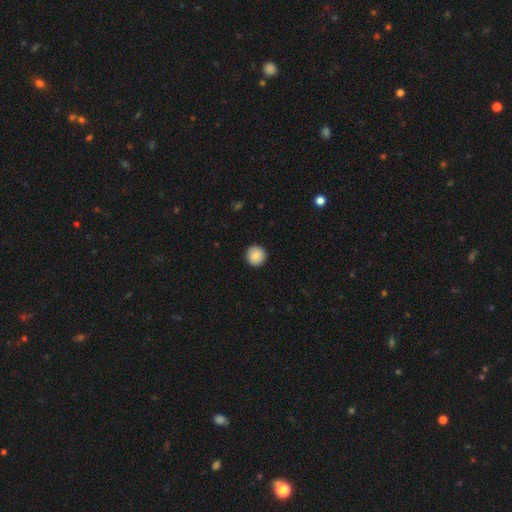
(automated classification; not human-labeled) Smooth or featured? smooth (86%)
How rounded? round (96%)
Merging? none (93%)